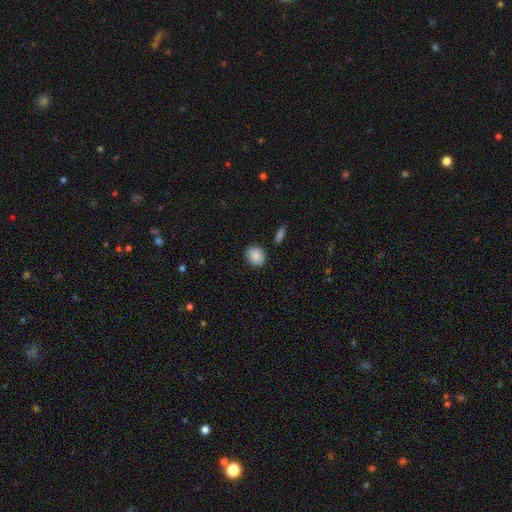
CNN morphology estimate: Smooth or featured? Predicted: smooth (p=0.87). How rounded? Predicted: round (p=0.63). Merging? Predicted: none (p=0.85).